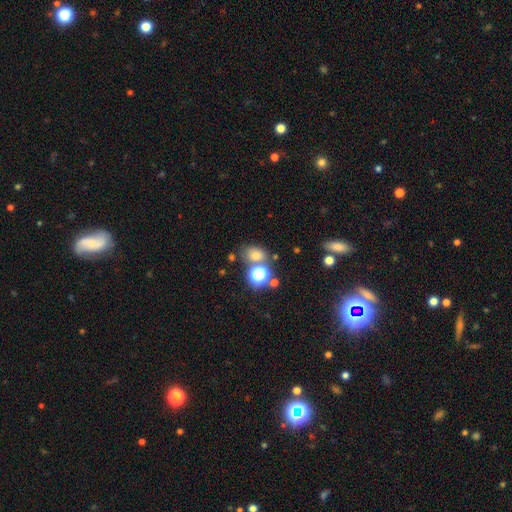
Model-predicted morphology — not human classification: Smooth or featured? smooth (65%)
How rounded? round (51%)
Merging? none (62%)